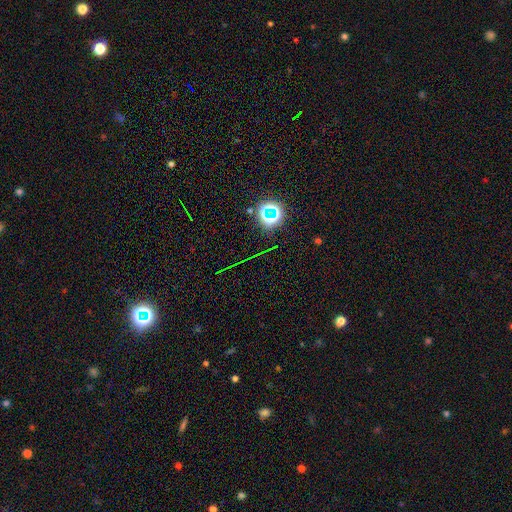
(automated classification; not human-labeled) Smooth or featured? Predicted: star or artifact (p=0.76).